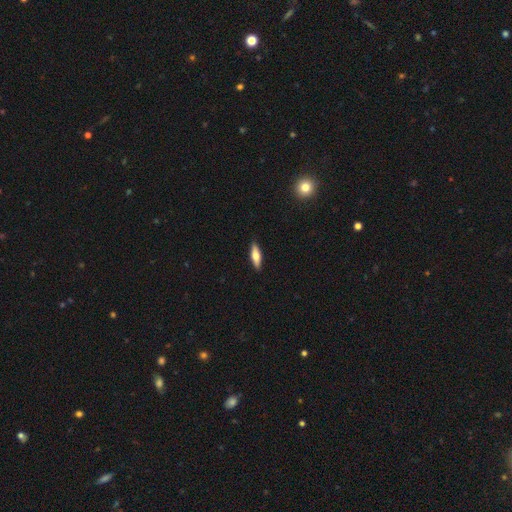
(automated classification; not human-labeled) This appears to be a smooth galaxy with no disk features (58%) that is cigar-shaped (55%). Merging: none (90%).